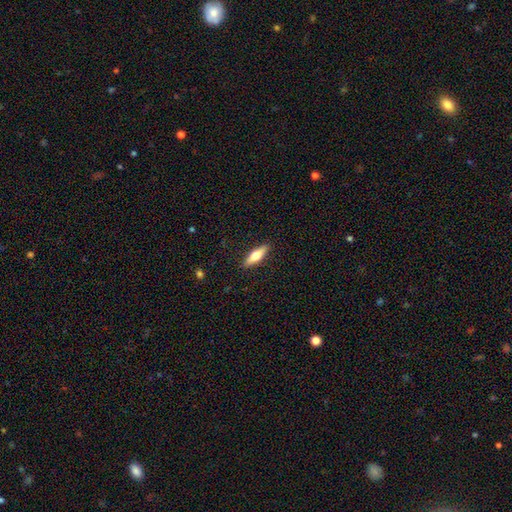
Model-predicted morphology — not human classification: This is possibly a smooth galaxy (54%). How rounded: possibly cigar-shaped (59%). Merging: clearly none (90%).